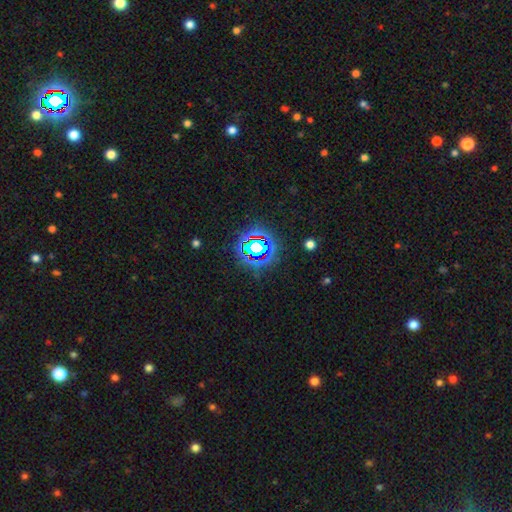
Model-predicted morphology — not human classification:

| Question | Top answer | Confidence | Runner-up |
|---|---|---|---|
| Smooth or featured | star or artifact | 77% | smooth (15%) |